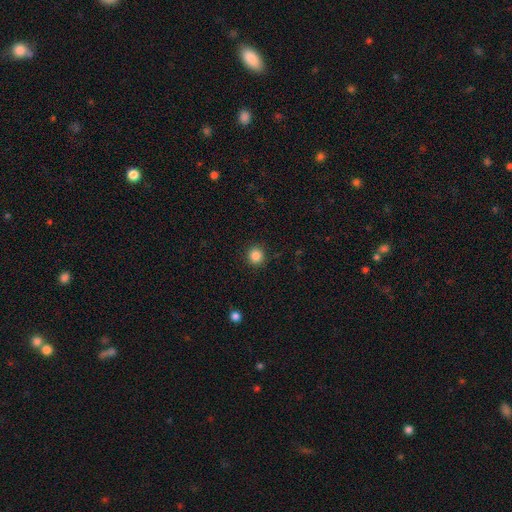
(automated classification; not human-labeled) Smooth or featured: smooth — 85% (star or artifact — 11%)
How rounded: round — 93% (in between — 6%)
Merging: none — 92% (minor disturbance — 5%)